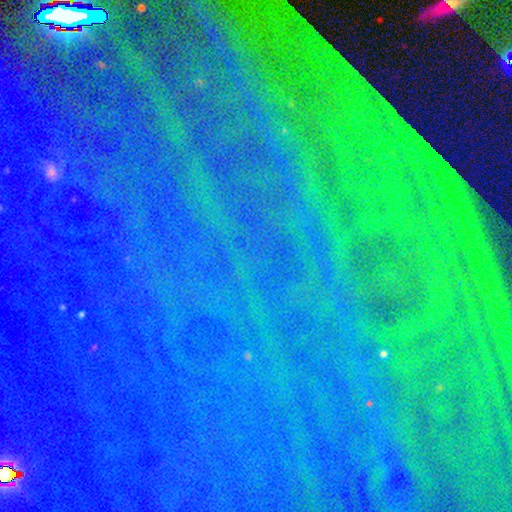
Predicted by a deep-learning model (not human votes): Q: Smooth or featured?
A: star or artifact (86%); runner-up: smooth (7%)